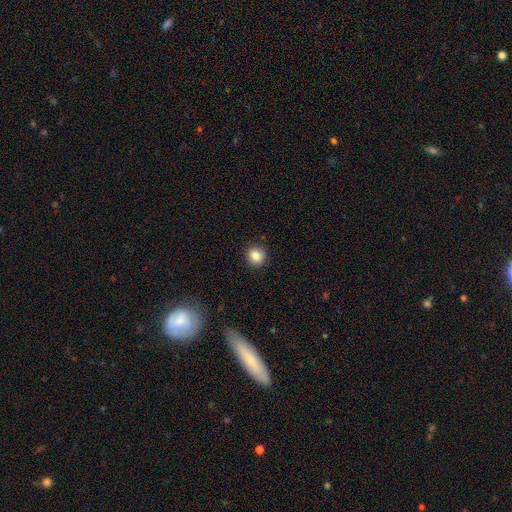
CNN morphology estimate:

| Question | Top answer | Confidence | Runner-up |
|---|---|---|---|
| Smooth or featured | smooth | 85% | star or artifact (10%) |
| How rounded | round | 87% | in between (12%) |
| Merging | none | 91% | minor disturbance (6%) |